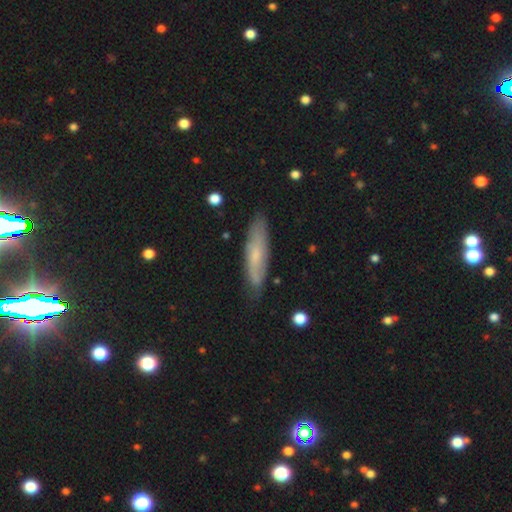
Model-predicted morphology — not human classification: type=smooth (52%); roundness=cigar-shaped (72%); merging=none (82%).